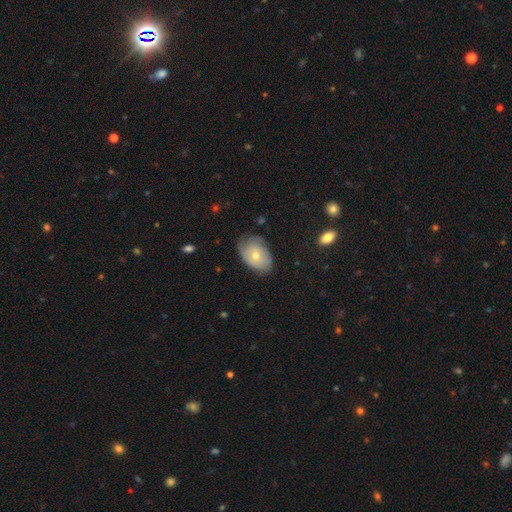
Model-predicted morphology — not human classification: This appears to be a smooth galaxy with no disk features (53%) that is in between round and cigar-shaped (81%). Merging: none (58%).